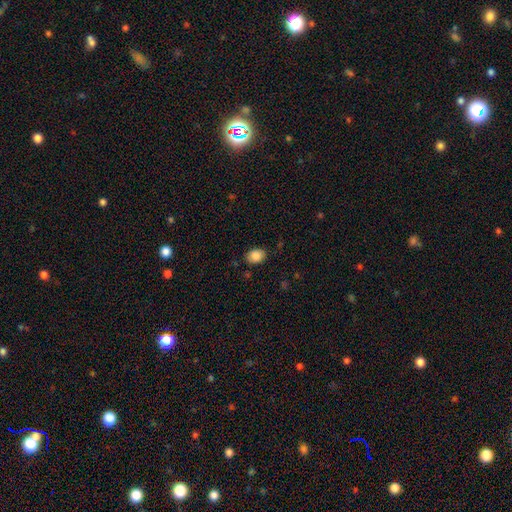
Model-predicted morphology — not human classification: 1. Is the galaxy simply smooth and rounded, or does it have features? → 85% smooth, 8% star or artifact, 6% featured or disk.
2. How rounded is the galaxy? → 69% in between, 30% round, 1% cigar-shaped.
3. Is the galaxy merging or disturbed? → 85% none, 11% minor disturbance, 3% major disturbance, 2% merger.